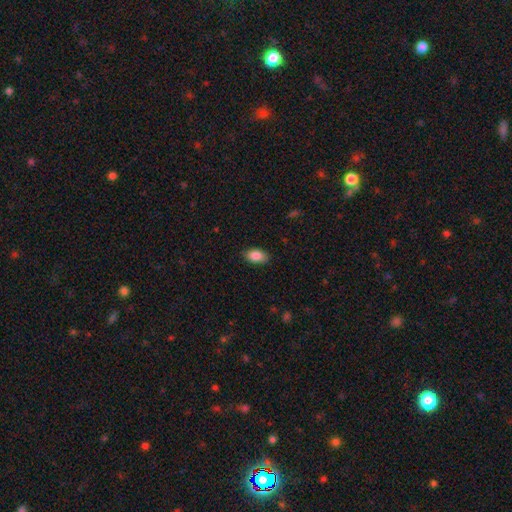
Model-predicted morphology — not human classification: Smooth or featured? Predicted: smooth (p=0.88). How rounded? Predicted: in between (p=0.91). Merging? Predicted: none (p=0.85).